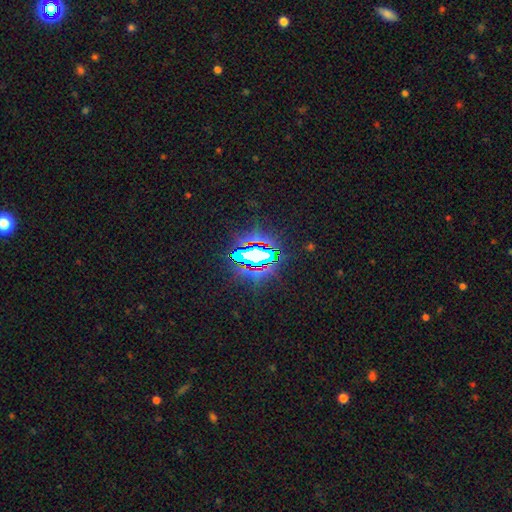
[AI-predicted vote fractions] Overall: star or artifact (73%).